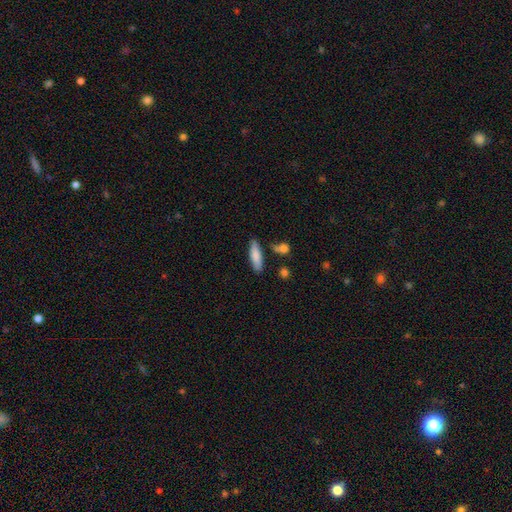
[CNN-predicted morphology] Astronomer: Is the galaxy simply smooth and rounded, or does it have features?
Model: smooth — 81%.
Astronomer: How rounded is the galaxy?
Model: cigar-shaped — 63%.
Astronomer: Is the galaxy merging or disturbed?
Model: none — 78%.